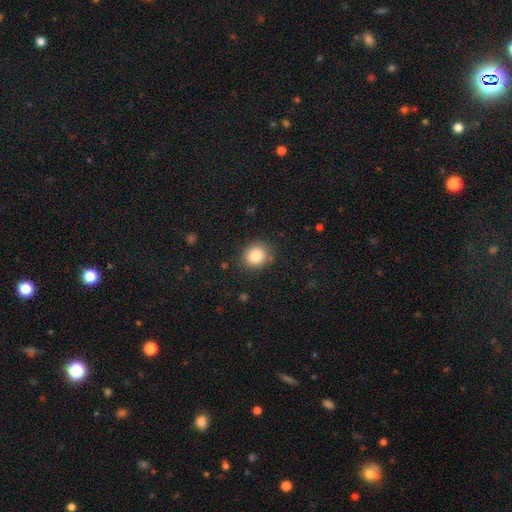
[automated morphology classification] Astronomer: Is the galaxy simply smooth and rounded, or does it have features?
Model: smooth — 86%.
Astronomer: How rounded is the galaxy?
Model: round — 76%.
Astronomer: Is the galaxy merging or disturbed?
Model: none — 84%.